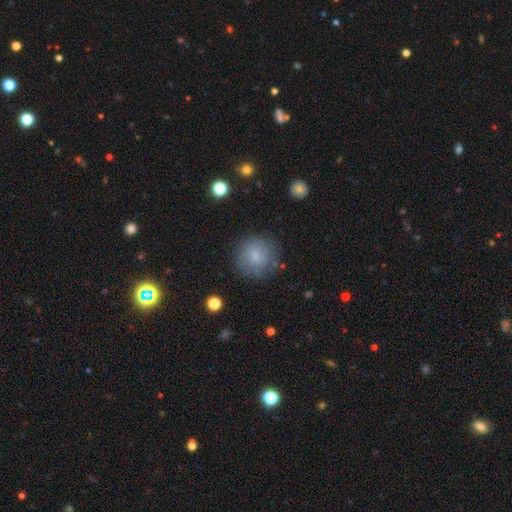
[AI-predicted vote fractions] Smooth or featured: smooth — 77% (featured or disk — 14%)
How rounded: round — 92% (in between — 7%)
Merging: none — 80% (minor disturbance — 13%)